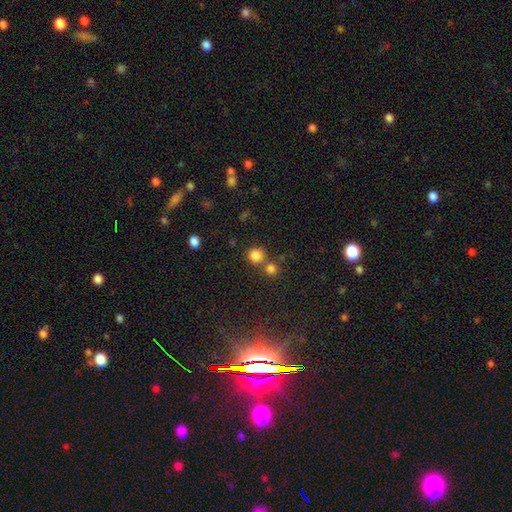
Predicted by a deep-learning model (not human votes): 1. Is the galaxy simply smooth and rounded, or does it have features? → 82% smooth, 13% star or artifact, 5% featured or disk.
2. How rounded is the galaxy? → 89% round, 10% in between, 1% cigar-shaped.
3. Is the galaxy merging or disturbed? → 66% none, 24% merger, 7% minor disturbance, 3% major disturbance.